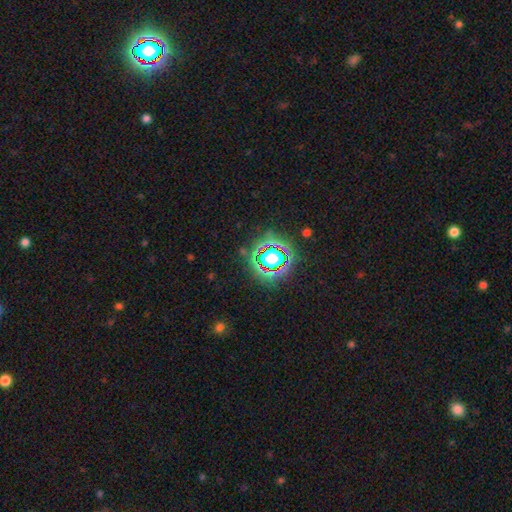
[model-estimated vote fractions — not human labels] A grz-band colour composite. It shows a star or artifact, not a galaxy (82%).